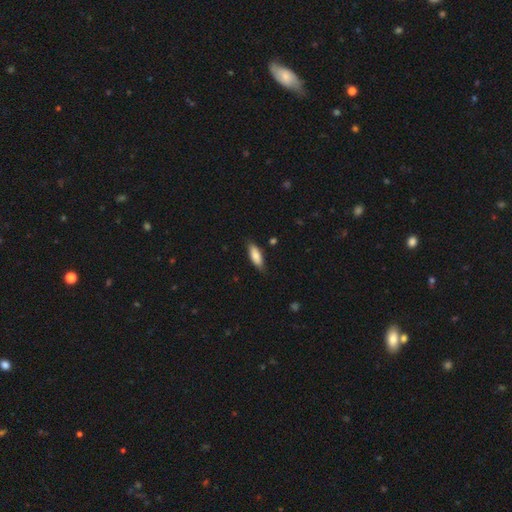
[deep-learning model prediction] Smooth or featured? smooth (81%)
How rounded? in between (70%)
Merging? none (79%)